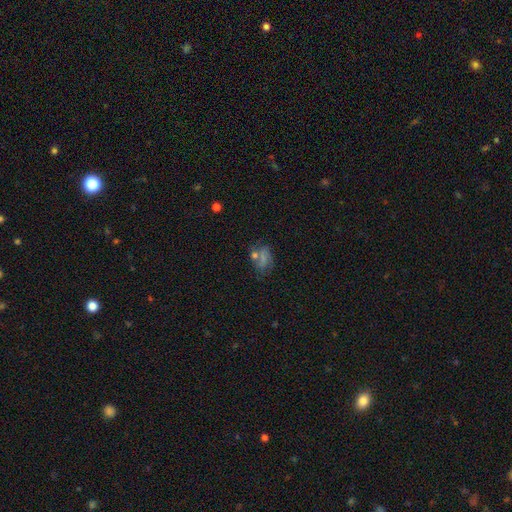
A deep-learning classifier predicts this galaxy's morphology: Smooth or featured? Predicted: smooth (p=0.41). Merging? Predicted: none (p=0.58).